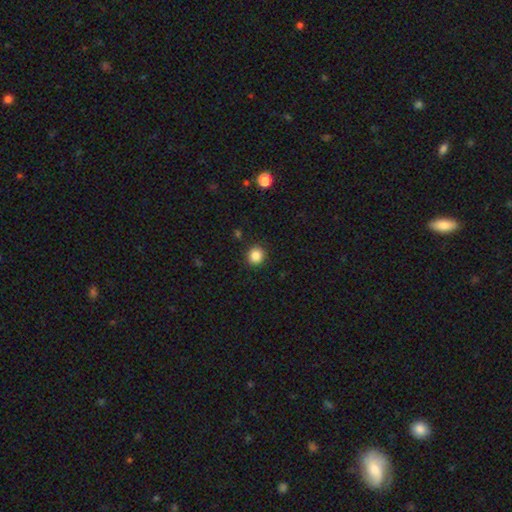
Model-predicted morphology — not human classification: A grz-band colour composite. It shows a smooth galaxy with no disk features (86%) that is round (90%). Merging: none (90%).